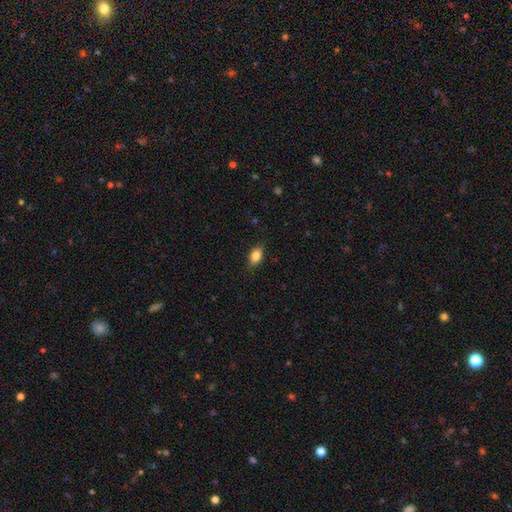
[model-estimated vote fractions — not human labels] Q: Smooth or featured?
A: smooth (85%); runner-up: star or artifact (8%)
Q: How rounded?
A: in between (85%); runner-up: round (12%)
Q: Merging?
A: none (85%); runner-up: minor disturbance (12%)